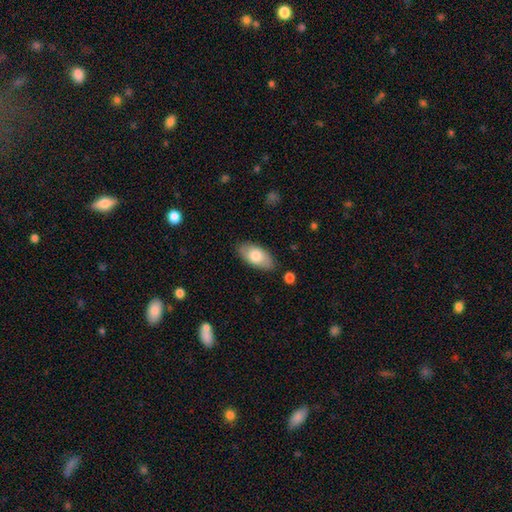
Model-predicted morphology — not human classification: Smooth or featured?
  - smooth: 77% *
  - featured or disk: 17%
  - star or artifact: 6%
How rounded?
  - in between: 93% *
  - cigar-shaped: 4%
  - round: 3%
Merging?
  - none: 84% *
  - minor disturbance: 12%
  - major disturbance: 3%
  - merger: 2%